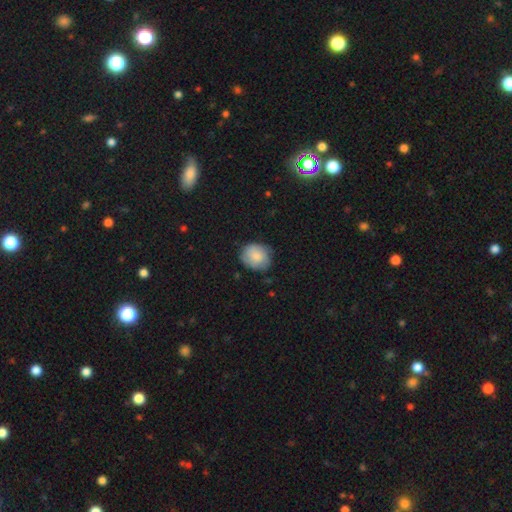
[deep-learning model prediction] Q: Smooth or featured?
A: smooth (78%); runner-up: featured or disk (16%)
Q: How rounded?
A: round (67%); runner-up: in between (32%)
Q: Merging?
A: none (73%); runner-up: minor disturbance (21%)